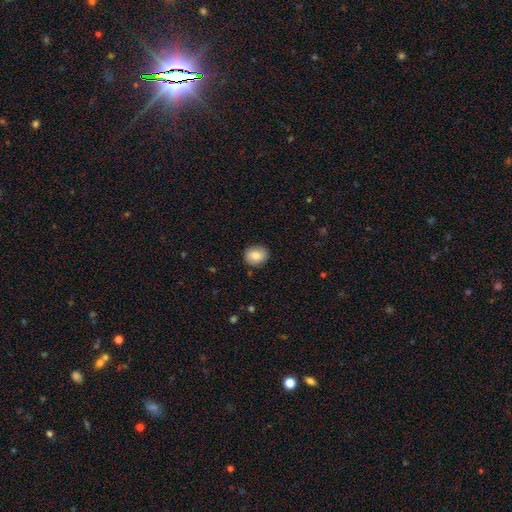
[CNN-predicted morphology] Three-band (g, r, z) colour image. It shows a smooth galaxy with no disk features (83%) that is round (57%). Merging: none (87%).